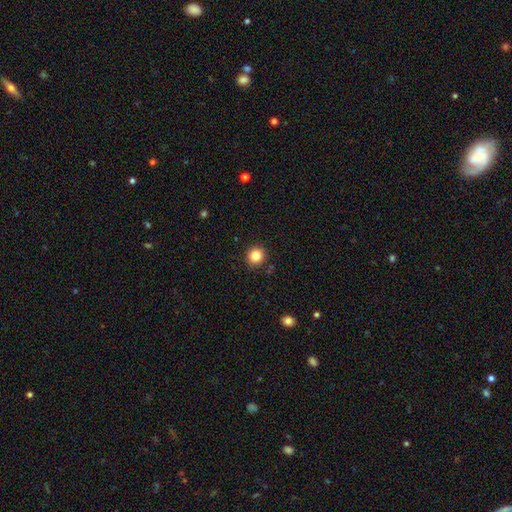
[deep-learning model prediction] smooth_or_featured: smooth (p=0.84) [alt: star or artifact p=0.11]
how_rounded: round (p=0.91) [alt: in between p=0.08]
merging: none (p=0.90) [alt: minor disturbance p=0.06]